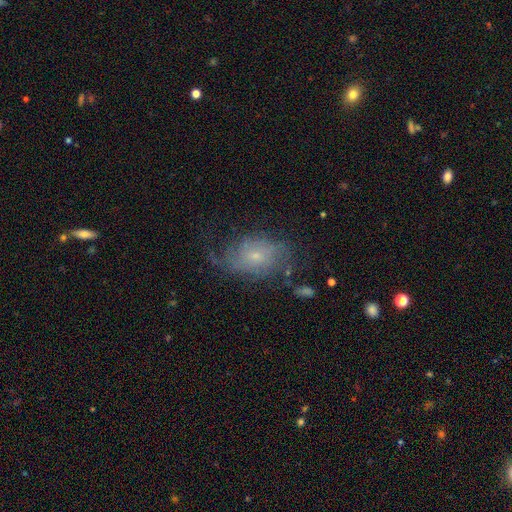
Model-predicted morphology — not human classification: featured or disk 57%, smooth 33%, star or artifact 10%. Down the decision tree: edge-on disk — no (96%); bar — no (74%); spiral arms — yes (76%); bulge size — small (67%); merging — none (49%).